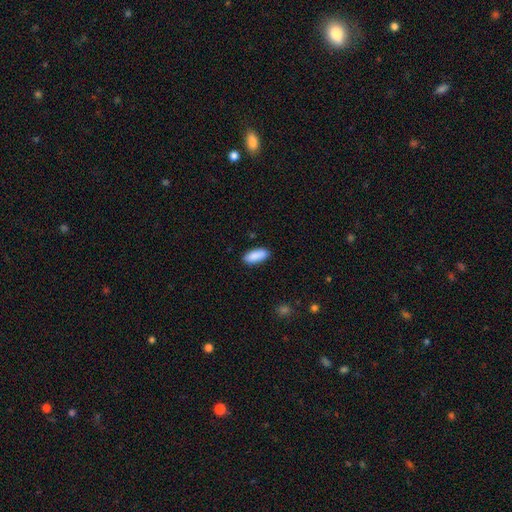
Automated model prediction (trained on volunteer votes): Smooth or featured? Predicted: smooth (p=0.90). How rounded? Predicted: in between (p=0.85). Merging? Predicted: none (p=0.86).